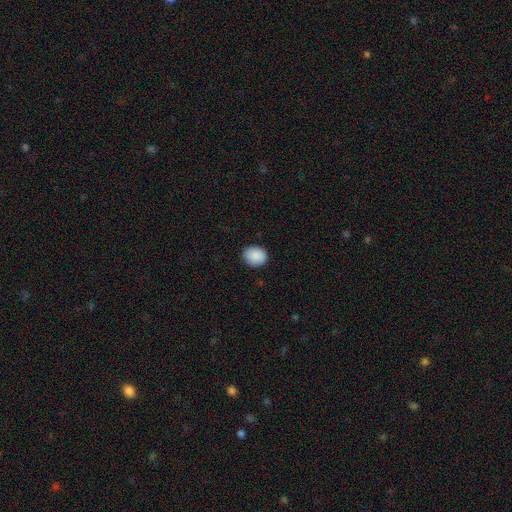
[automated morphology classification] Smooth or featured? Predicted: smooth (p=0.89). How rounded? Predicted: round (p=0.65). Merging? Predicted: none (p=0.88).